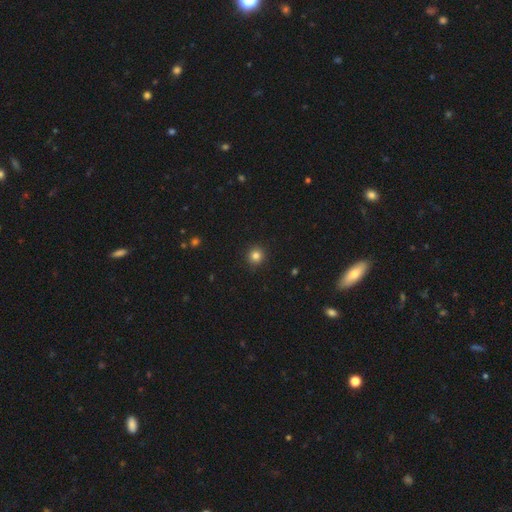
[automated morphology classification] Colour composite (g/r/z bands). It shows a smooth galaxy with no disk features (83%) that is round (94%). Merging: none (92%).